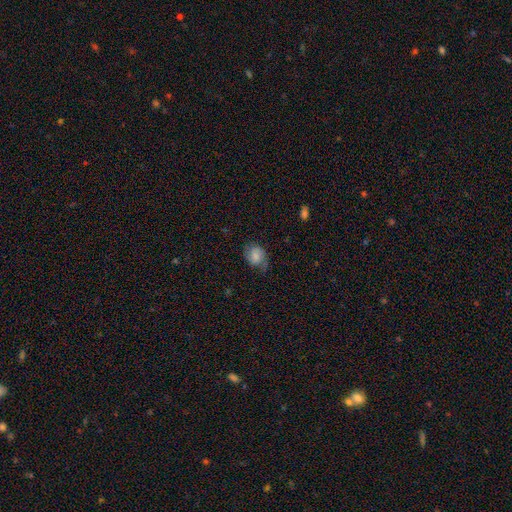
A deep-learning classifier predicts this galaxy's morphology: Q: Smooth or featured?
A: smooth (61%); runner-up: featured or disk (30%)
Q: How rounded?
A: in between (55%); runner-up: round (44%)
Q: Merging?
A: none (57%); runner-up: minor disturbance (29%)